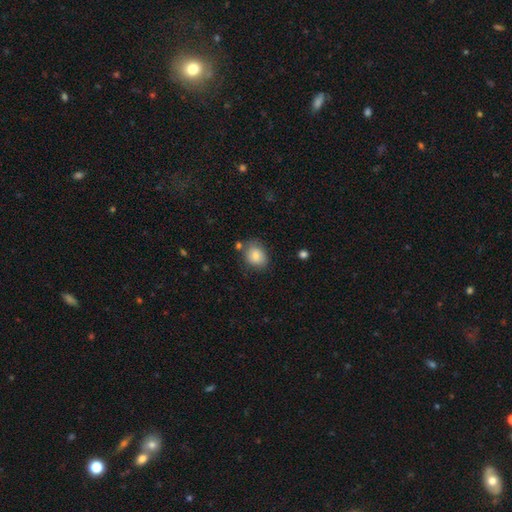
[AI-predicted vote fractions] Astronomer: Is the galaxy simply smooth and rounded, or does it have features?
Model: smooth — 81%.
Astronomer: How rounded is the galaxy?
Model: round — 54% (runner-up: in between, 45%).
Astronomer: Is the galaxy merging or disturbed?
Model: none — 70%.